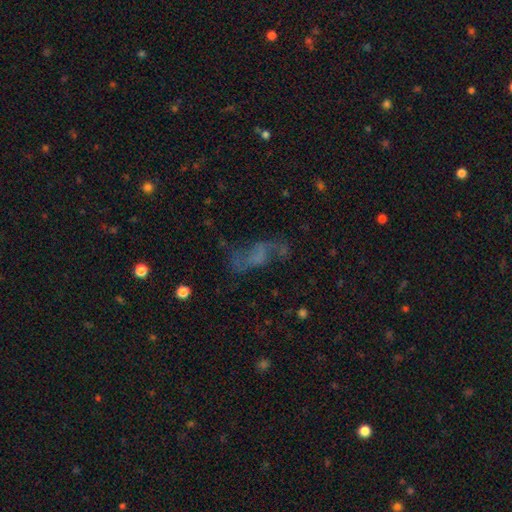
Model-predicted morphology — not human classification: This appears to be a featured or disk galaxy (44%). Merging: none (47%).